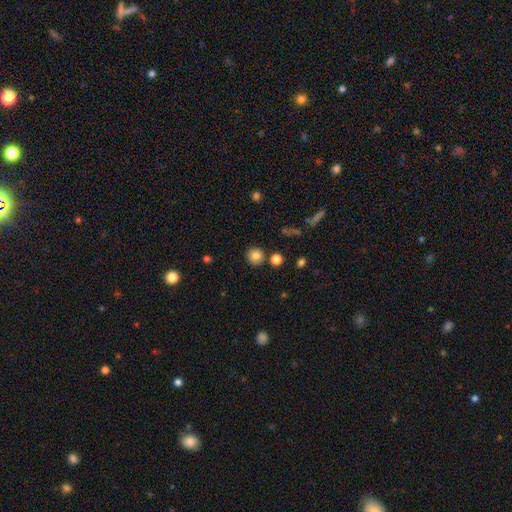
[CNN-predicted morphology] Q: Smooth or featured?
A: smooth (83%); runner-up: star or artifact (11%)
Q: How rounded?
A: round (91%); runner-up: in between (8%)
Q: Merging?
A: none (84%); runner-up: minor disturbance (8%)